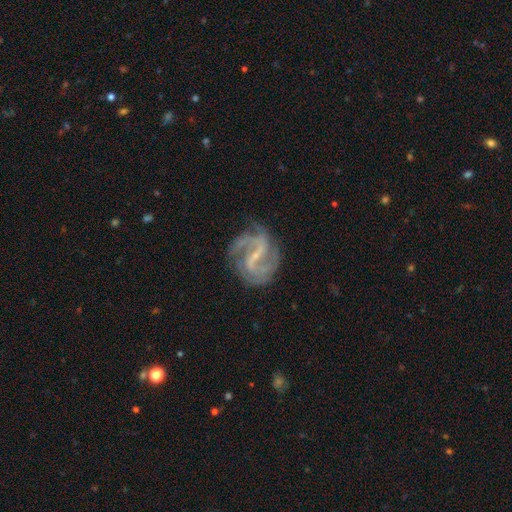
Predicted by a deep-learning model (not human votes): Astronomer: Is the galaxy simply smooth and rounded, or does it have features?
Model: featured or disk — 89%.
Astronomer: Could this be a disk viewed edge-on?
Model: no — 98%.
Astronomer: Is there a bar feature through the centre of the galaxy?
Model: weak — 44% (runner-up: strong, 43%).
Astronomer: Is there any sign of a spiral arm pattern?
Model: yes — 97%.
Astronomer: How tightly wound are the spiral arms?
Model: medium — 50% (runner-up: loose, 30%).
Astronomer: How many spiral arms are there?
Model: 2 — 60%.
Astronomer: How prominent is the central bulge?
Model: small — 70%.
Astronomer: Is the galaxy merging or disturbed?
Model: none — 70%.